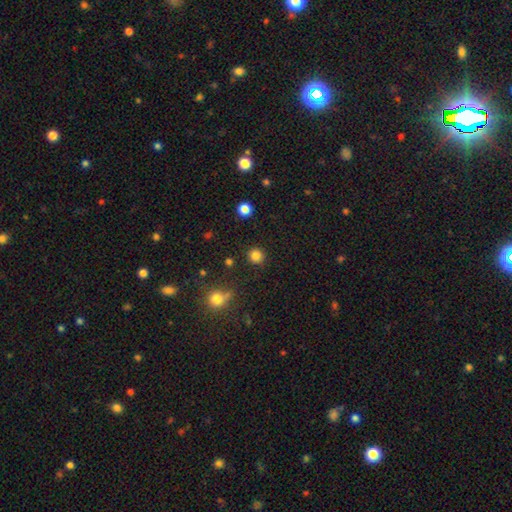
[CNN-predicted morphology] Smooth or featured? Predicted: smooth (p=0.84). How rounded? Predicted: round (p=0.93). Merging? Predicted: none (p=0.90).